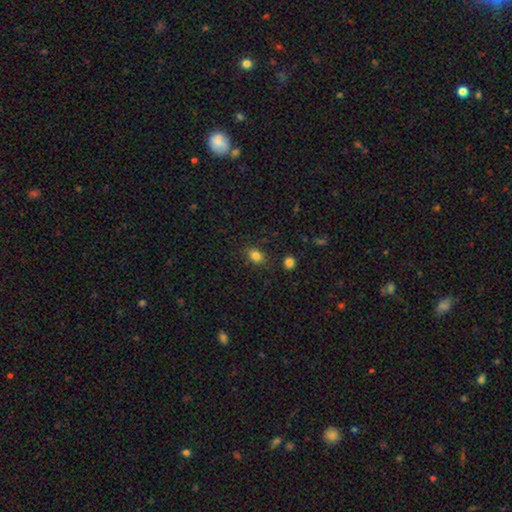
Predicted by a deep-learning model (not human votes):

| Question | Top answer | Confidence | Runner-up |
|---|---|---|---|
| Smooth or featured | smooth | 83% | star or artifact (11%) |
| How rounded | in between | 72% | round (27%) |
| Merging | none | 81% | minor disturbance (12%) |